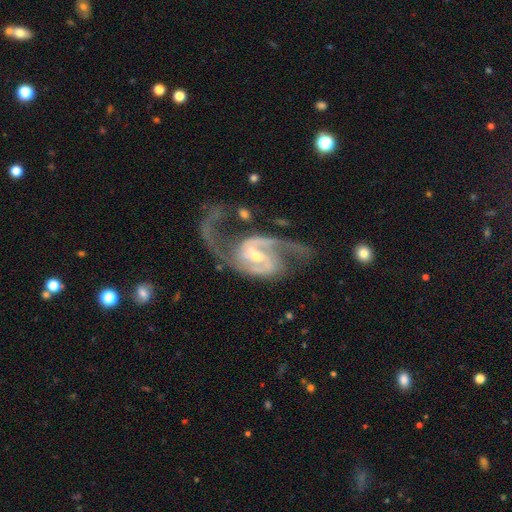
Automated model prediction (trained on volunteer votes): The model was most divided on "spiral winding": medium: 48%, loose: 39%, tight: 13%. Remaining: spiral arms — yes (98%); edge-on disk — no (98%); smooth or featured — featured or disk (93%); spiral arm count — 2 (90%); bulge size — small (58%); merging — none (56%); bar — weak (45%).